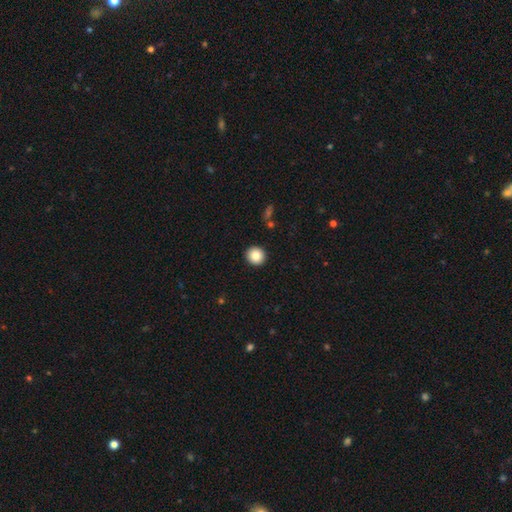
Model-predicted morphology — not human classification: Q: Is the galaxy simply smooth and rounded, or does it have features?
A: smooth — 85%.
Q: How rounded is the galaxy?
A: round — 92%.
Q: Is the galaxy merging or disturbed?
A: none — 93%.